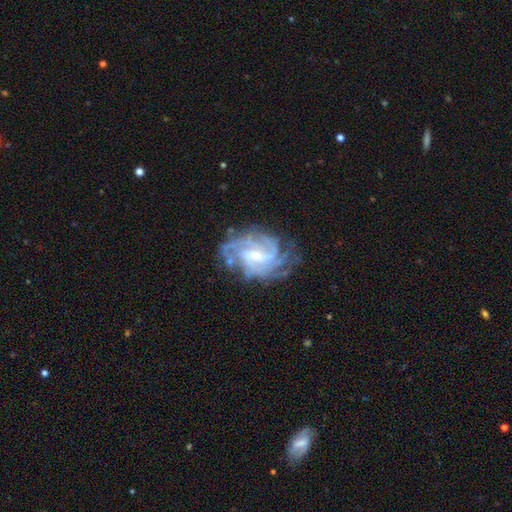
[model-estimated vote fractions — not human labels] A featured or disk galaxy (88%) with a weak bar (57%), tight (60%) spiral arms (96%) and a small central bulge (55%). Merging: none (69%).